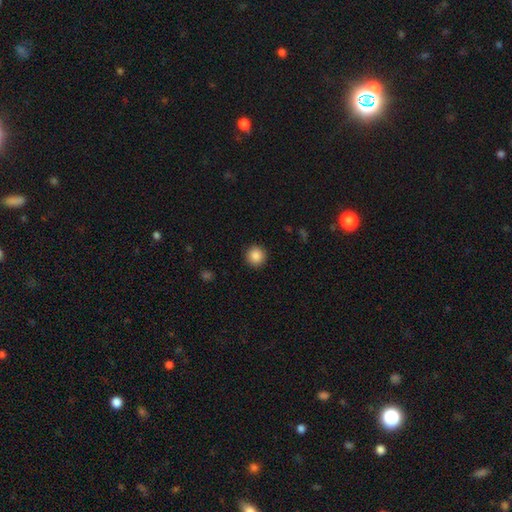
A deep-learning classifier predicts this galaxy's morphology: Overall: smooth (87%). How rounded: round (95%). Merging: none (92%).